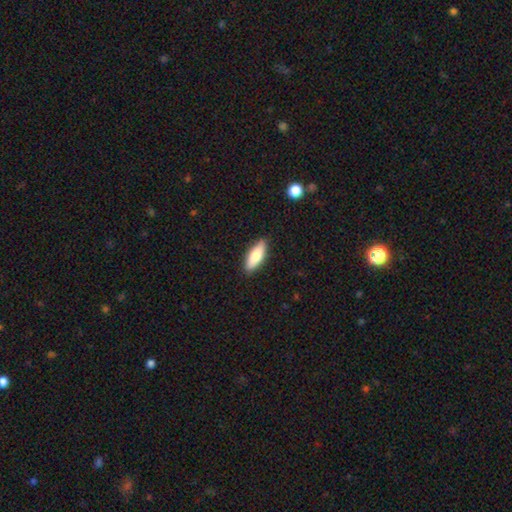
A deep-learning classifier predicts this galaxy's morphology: This appears to be a smooth galaxy with no disk features (76%) that is in between round and cigar-shaped (65%). Merging: none (88%).